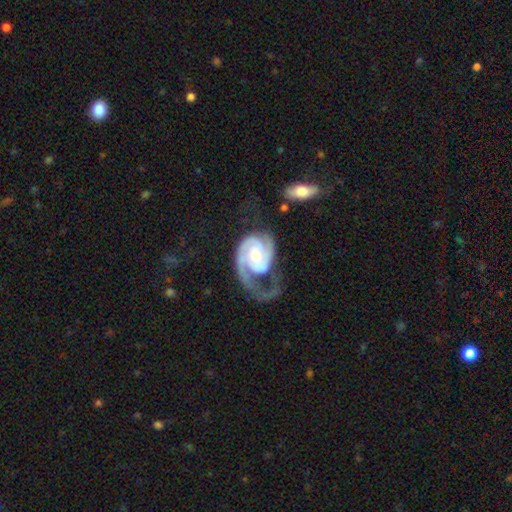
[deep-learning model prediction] Smooth or featured?
  - featured or disk: 88% *
  - smooth: 8%
  - star or artifact: 4%
Edge-on disk?
  - no: 98% *
  - yes: 2%
Bar?
  - no: 59% *
  - weak: 32%
  - strong: 10%
Spiral arms?
  - yes: 97% *
  - no: 3%
Spiral winding?
  - tight: 40% * (tied)
  - medium: 40% * (tied)
  - loose: 20%
Spiral arm count?
  - 2: 56% *
  - 1: 30%
  - can't tell: 6%
  - 3: 5%
  - 4: 2%
  - more than 4: 2%
Bulge size?
  - moderate: 54% *
  - small: 38%
  - large: 5%
  - none: 2%
  - dominant: 1%
Merging?
  - major disturbance: 44% *
  - none: 34%
  - minor disturbance: 18%
  - merger: 5%